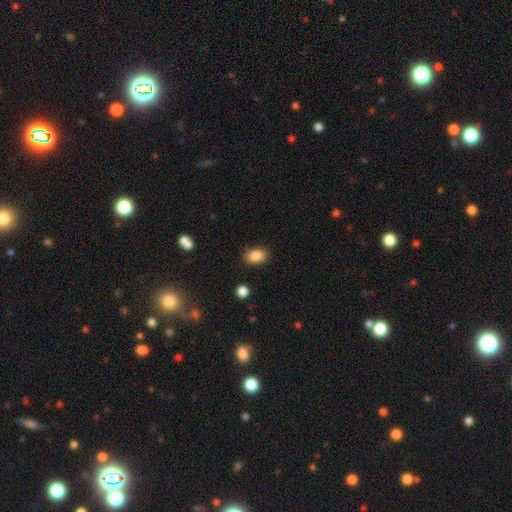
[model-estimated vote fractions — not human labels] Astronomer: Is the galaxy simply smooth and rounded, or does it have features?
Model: smooth — 87%.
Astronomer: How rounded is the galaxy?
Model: in between — 83%.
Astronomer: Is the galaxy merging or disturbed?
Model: none — 86%.